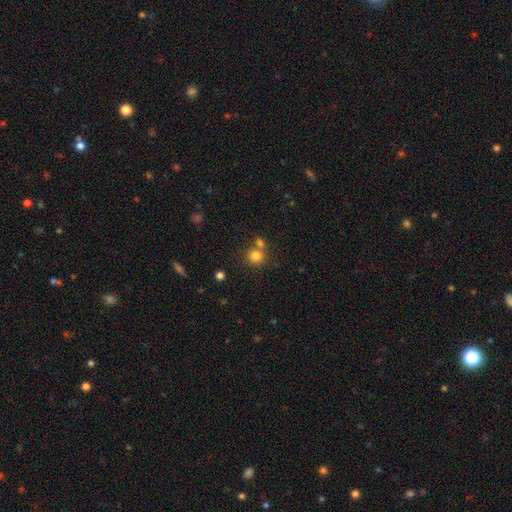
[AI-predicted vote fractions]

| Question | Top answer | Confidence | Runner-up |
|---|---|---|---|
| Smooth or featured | smooth | 81% | star or artifact (13%) |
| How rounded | round | 88% | in between (11%) |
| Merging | none | 62% | merger (27%) |